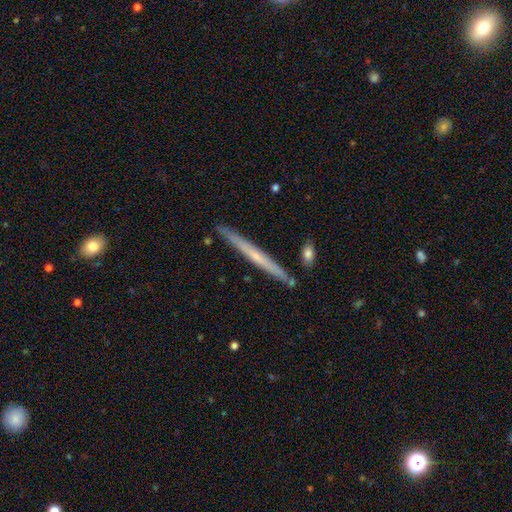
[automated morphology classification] featured or disk 55%, smooth 39%, star or artifact 6%. Down the decision tree: edge-on disk — yes (97%); edge-on bulge — none (69%); merging — none (87%).